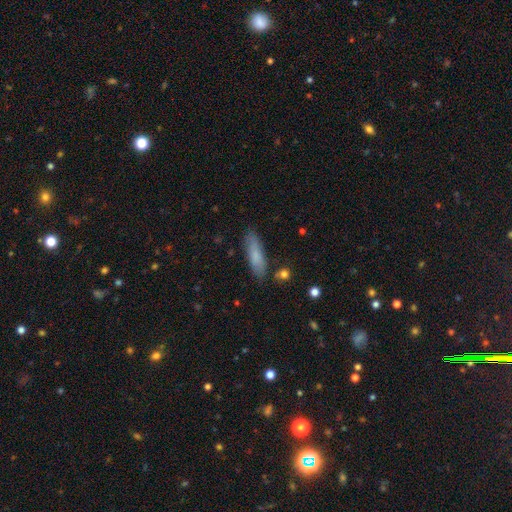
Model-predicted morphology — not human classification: This appears to be a smooth galaxy with no disk features (78%) that is cigar-shaped (63%). Merging: none (83%).